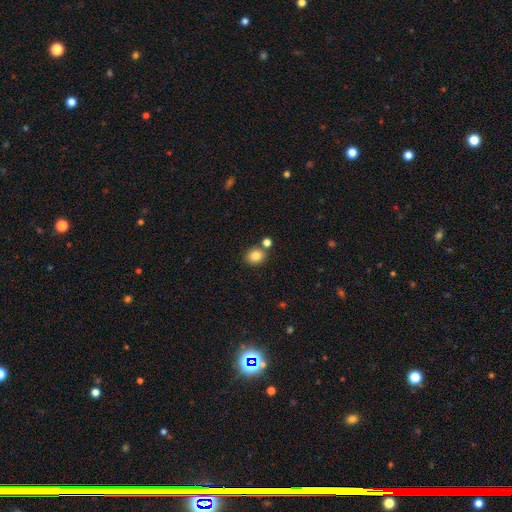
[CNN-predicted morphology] Smooth or featured?
  - smooth: 84% *
  - star or artifact: 10%
  - featured or disk: 6%
How rounded?
  - round: 67% *
  - in between: 32%
  - cigar-shaped: 1%
Merging?
  - none: 73% *
  - merger: 15%
  - minor disturbance: 9%
  - major disturbance: 3%